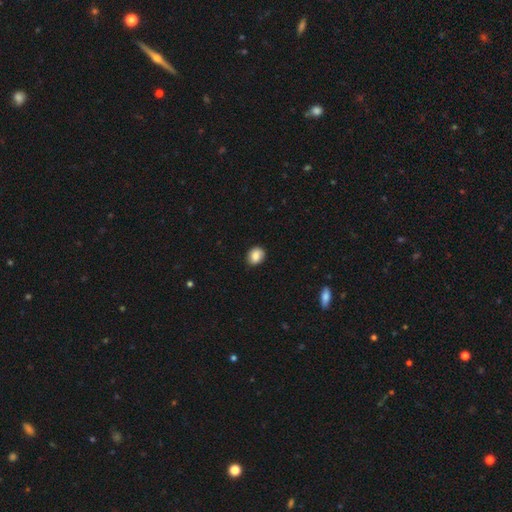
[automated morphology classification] This is clearly a smooth galaxy (85%). How rounded: possibly round (59%). Merging: clearly none (85%).